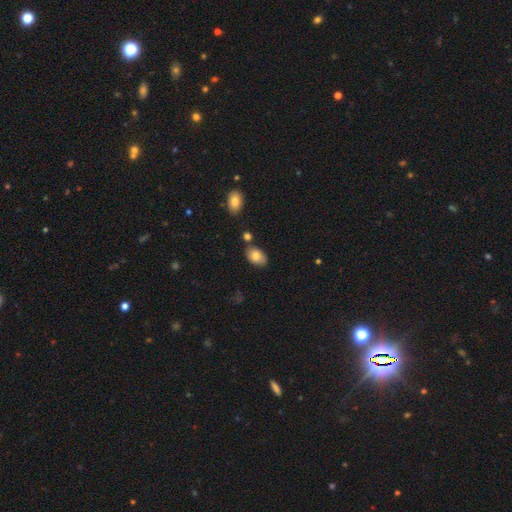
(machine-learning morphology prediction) smooth_or_featured: smooth (p=0.81) [alt: featured or disk p=0.12]
how_rounded: in between (p=0.90) [alt: round p=0.09]
merging: none (p=0.75) [alt: minor disturbance p=0.14]